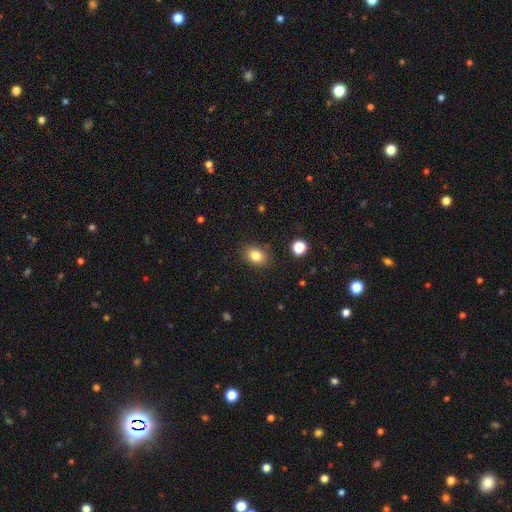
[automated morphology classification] smooth_or_featured: smooth (p=0.83) [alt: star or artifact p=0.11]
how_rounded: in between (p=0.58) [alt: round p=0.41]
merging: none (p=0.86) [alt: minor disturbance p=0.10]